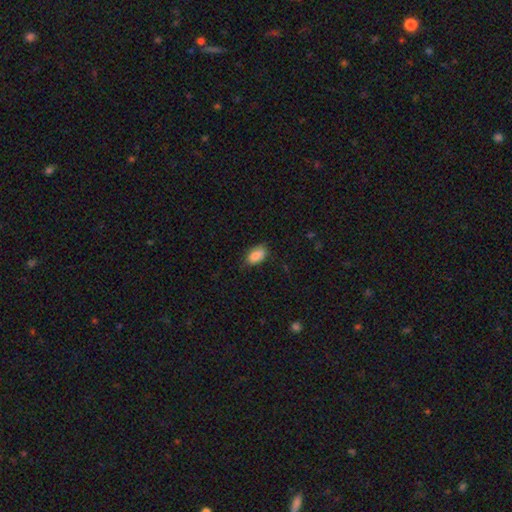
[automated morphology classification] Q: Smooth or featured?
A: smooth (87%); runner-up: star or artifact (7%)
Q: How rounded?
A: in between (91%); runner-up: round (5%)
Q: Merging?
A: none (75%); runner-up: minor disturbance (21%)